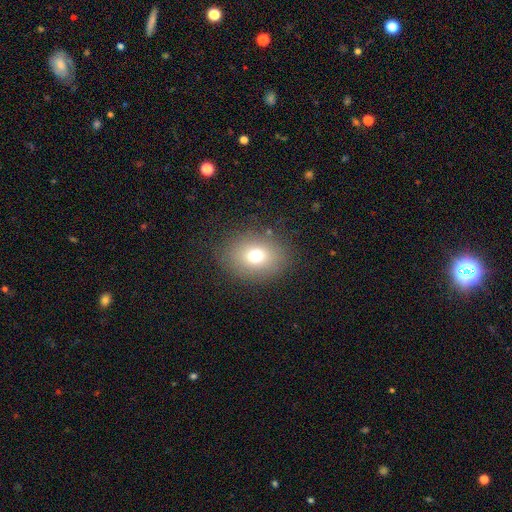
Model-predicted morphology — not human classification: Smooth or featured? smooth (71%)
How rounded? round (50%)
Merging? none (83%)